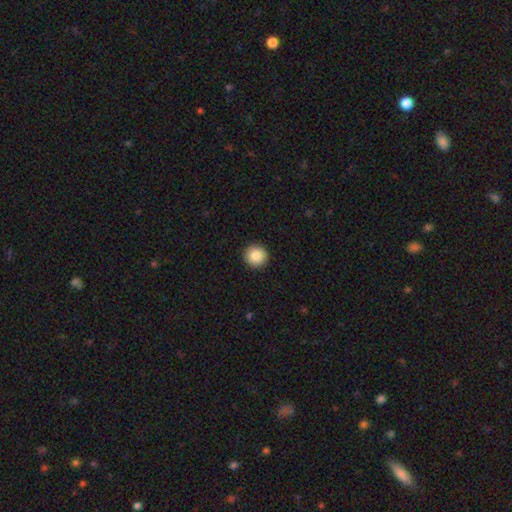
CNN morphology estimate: The model was most divided on "smooth or featured": smooth: 88%, star or artifact: 8%, featured or disk: 4%. More confident: how rounded — round (95%); merging — none (93%).